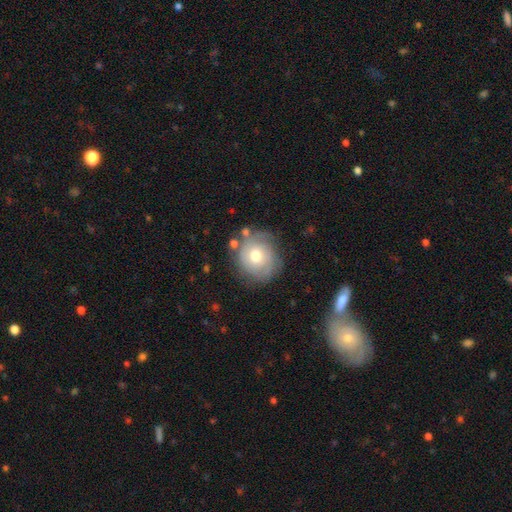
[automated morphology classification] A smooth galaxy with no disk features (48%).

Vote fractions:
- Smooth or featured? smooth: 48% / featured or disk: 43% / star or artifact: 8%
- Merging? none: 69% / minor disturbance: 19% / major disturbance: 8% / merger: 4%